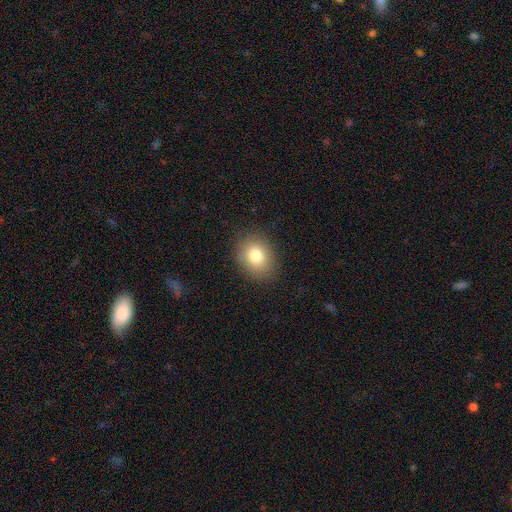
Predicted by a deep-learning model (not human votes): Smooth or featured? Predicted: smooth (p=0.79). How rounded? Predicted: round (p=0.51). Merging? Predicted: none (p=0.86).